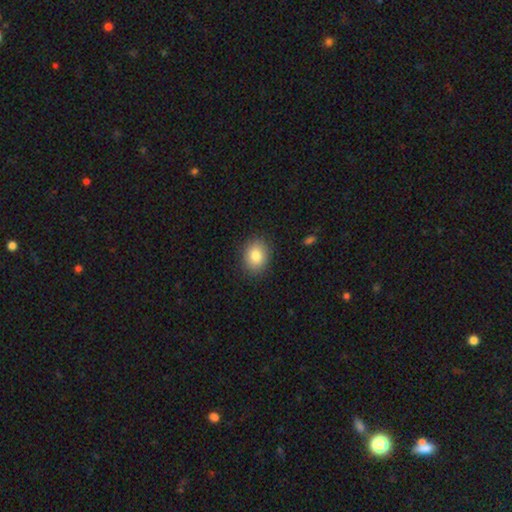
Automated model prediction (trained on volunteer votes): smooth 84%, star or artifact 8%, featured or disk 7%. Down the decision tree: how rounded — in between (50%); merging — none (87%).